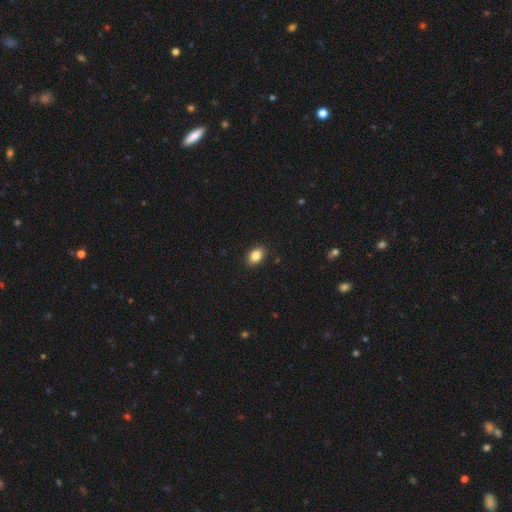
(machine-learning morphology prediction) Q: Smooth or featured?
A: smooth (84%); runner-up: star or artifact (9%)
Q: How rounded?
A: in between (81%); runner-up: round (18%)
Q: Merging?
A: none (90%); runner-up: minor disturbance (8%)